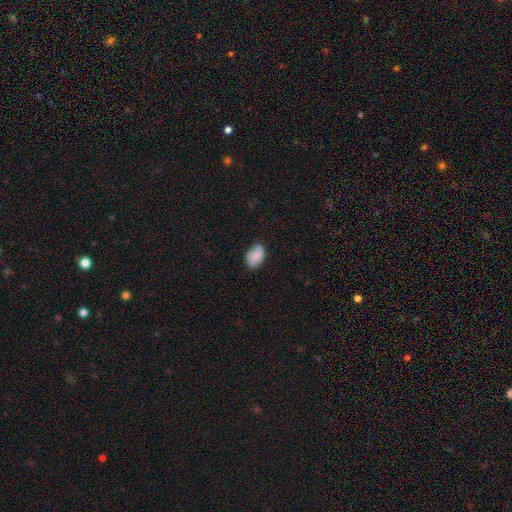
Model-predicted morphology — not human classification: smooth 78%, featured or disk 14%, star or artifact 8%. Down the decision tree: how rounded — in between (86%); merging — none (68%).